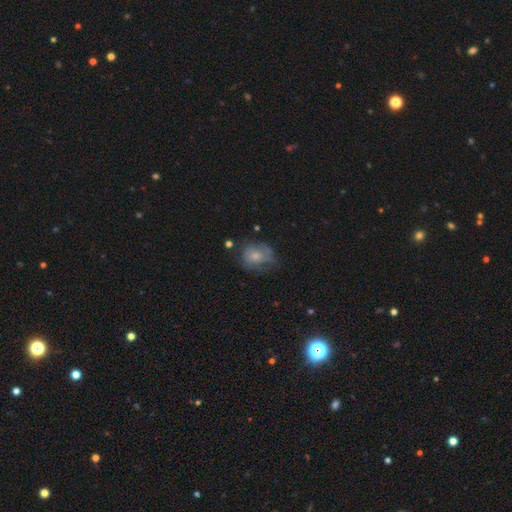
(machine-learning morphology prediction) Smooth or featured: smooth — 58% (featured or disk — 33%)
How rounded: round — 52% (in between — 47%)
Merging: none — 46% (minor disturbance — 31%)